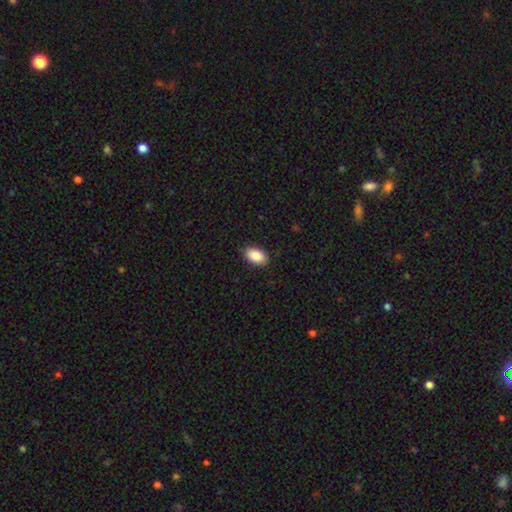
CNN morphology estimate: This appears to be a smooth galaxy with no disk features (86%) that is in between round and cigar-shaped (92%). Merging: none (89%).